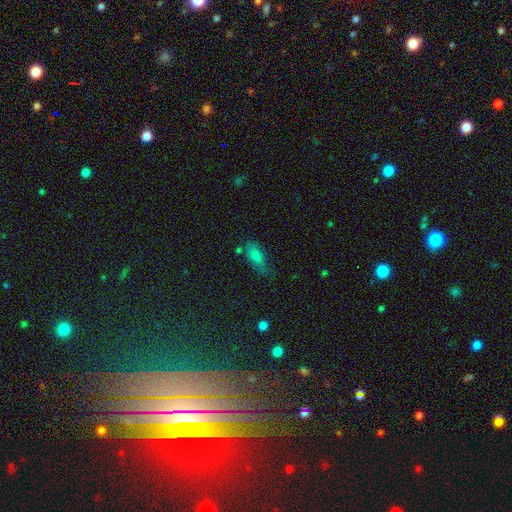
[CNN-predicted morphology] smooth_or_featured: smooth (p=0.80) [alt: star or artifact p=0.11]
how_rounded: in between (p=0.79) [alt: cigar-shaped p=0.18]
merging: none (p=0.55) [alt: minor disturbance p=0.30]